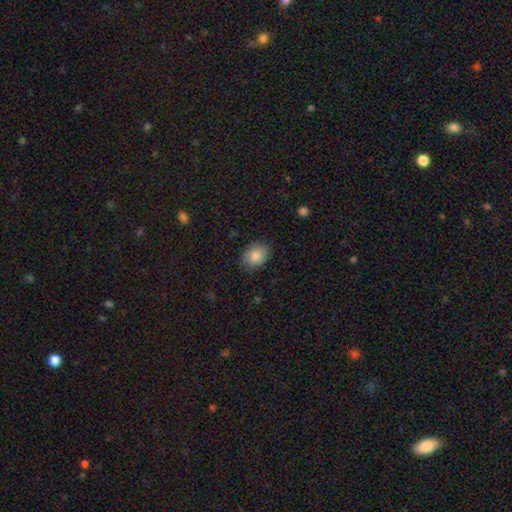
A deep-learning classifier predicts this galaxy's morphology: This is clearly a smooth galaxy (86%). How rounded: likely in between (71%). Merging: clearly none (82%).